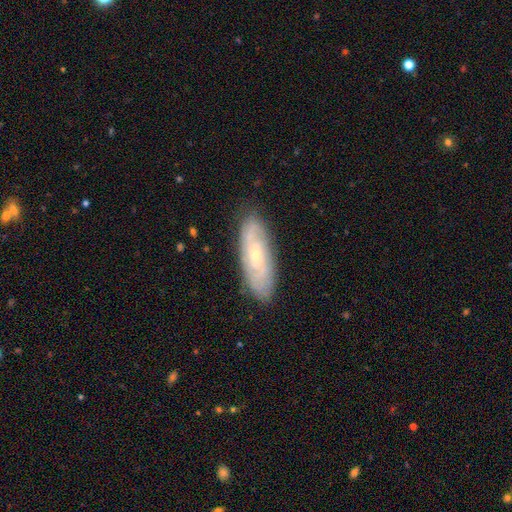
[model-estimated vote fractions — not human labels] This appears to be a featured or disk galaxy (65%) with no bar (69%), spiral arms (82%) and a small central bulge (74%). Merging: none (83%).